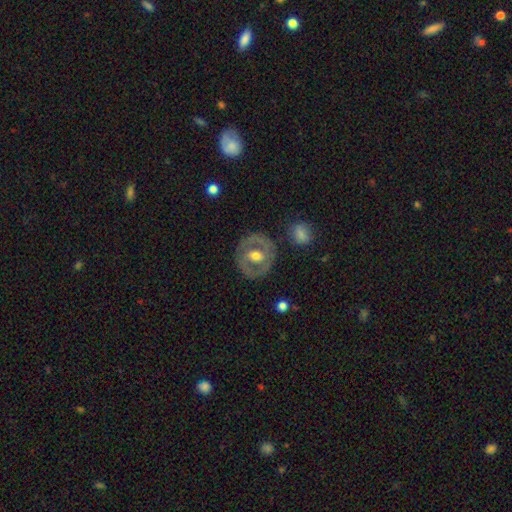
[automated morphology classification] smooth_or_featured: featured or disk (p=0.61) [alt: smooth p=0.33]
disk_edge_on: no (p=0.95) [alt: yes p=0.05]
bar: no (p=0.51) [alt: weak p=0.34]
has_spiral_arms: no (p=0.68) [alt: yes p=0.32]
bulge_size: moderate (p=0.75) [alt: large p=0.13]
merging: none (p=0.80) [alt: minor disturbance p=0.12]